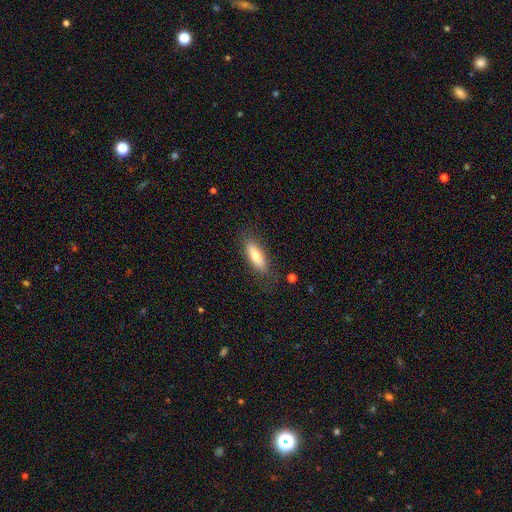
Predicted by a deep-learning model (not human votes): Smooth or featured? smooth (72%)
How rounded? in between (60%)
Merging? none (81%)